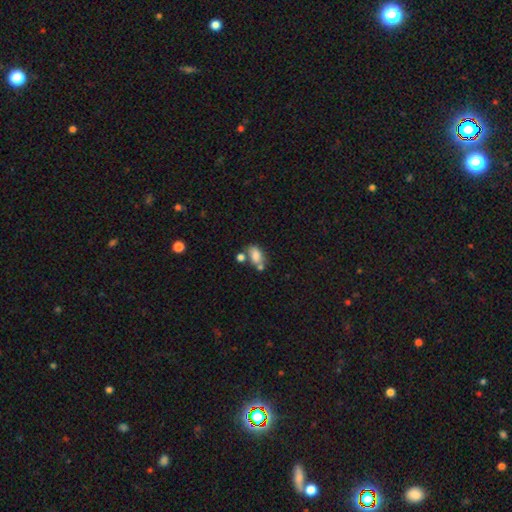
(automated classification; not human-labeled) Smooth or featured: smooth — 77% (featured or disk — 13%)
How rounded: in between — 87% (round — 10%)
Merging: none — 44% (merger — 30%)